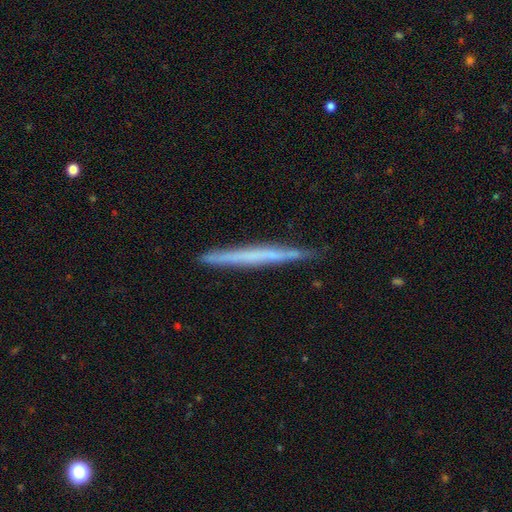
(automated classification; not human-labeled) Smooth or featured: featured or disk — 49% (smooth — 45%)
Merging: none — 87% (minor disturbance — 11%)